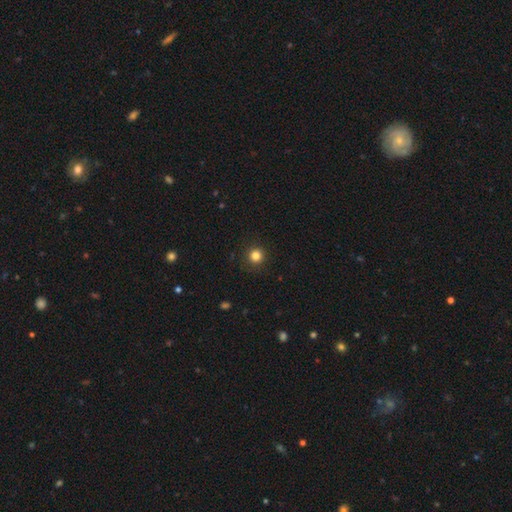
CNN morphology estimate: The model was most divided on "smooth or featured": smooth: 83%, star or artifact: 13%, featured or disk: 4%. More confident: how rounded — round (94%); merging — none (91%).